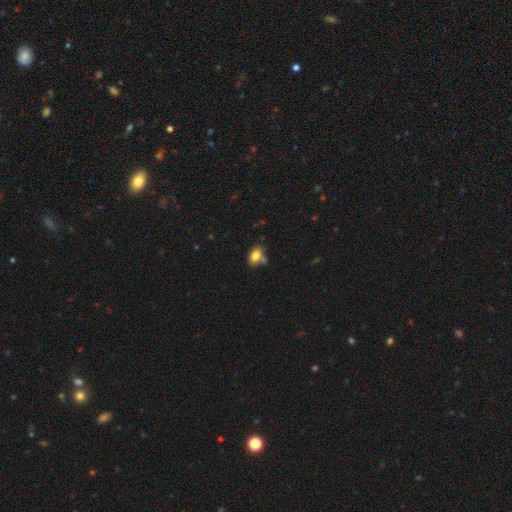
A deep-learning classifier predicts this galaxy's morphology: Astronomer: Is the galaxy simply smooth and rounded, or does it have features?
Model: smooth — 79%.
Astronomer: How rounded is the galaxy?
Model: in between — 84%.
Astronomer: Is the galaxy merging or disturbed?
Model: none — 51%.